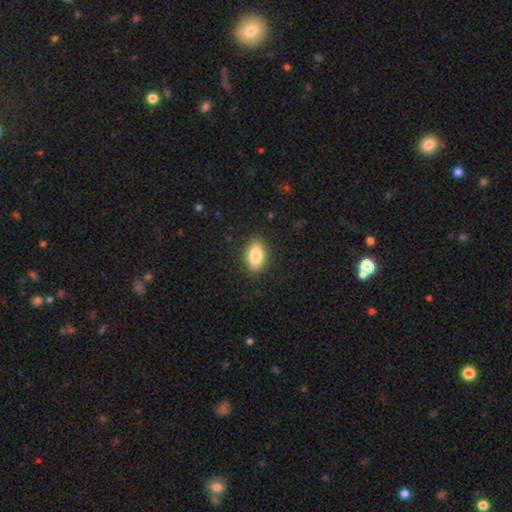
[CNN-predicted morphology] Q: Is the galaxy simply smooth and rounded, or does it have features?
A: smooth — 84%.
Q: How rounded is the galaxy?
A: in between — 89%.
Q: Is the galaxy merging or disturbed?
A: none — 88%.